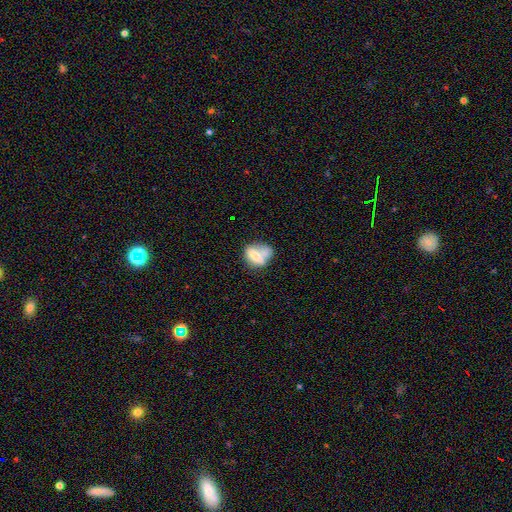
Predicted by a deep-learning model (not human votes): Q: Smooth or featured?
A: smooth (59%); runner-up: featured or disk (31%)
Q: How rounded?
A: in between (56%); runner-up: round (33%)
Q: Merging?
A: none (37%); runner-up: merger (29%)